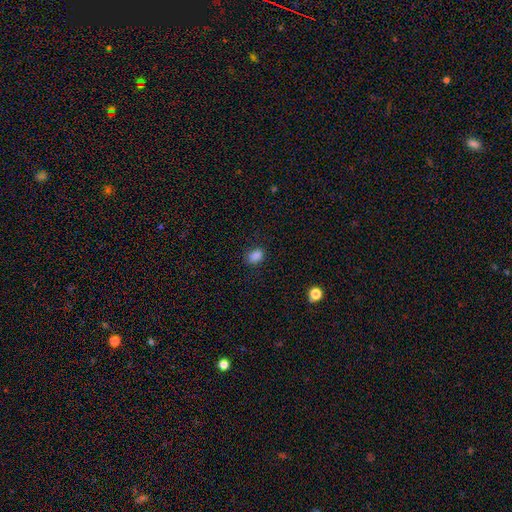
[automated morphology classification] smooth_or_featured: smooth (p=0.85) [alt: star or artifact p=0.12]
how_rounded: in between (p=0.69) [alt: round p=0.30]
merging: none (p=0.80) [alt: minor disturbance p=0.15]